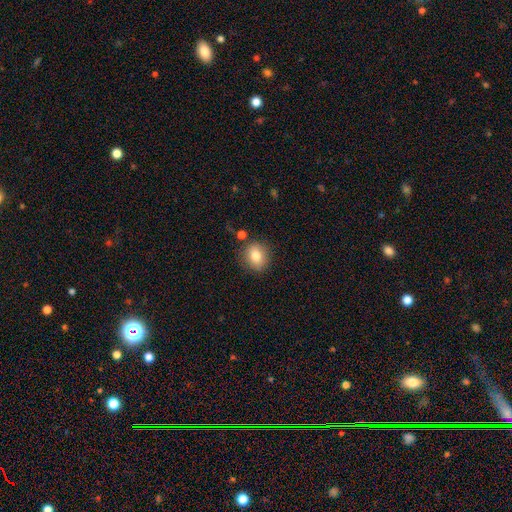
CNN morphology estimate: The model was most divided on "how rounded": round: 69%, in between: 30%, cigar-shaped: 1%. More confident: merging — none (81%); smooth or featured — smooth (80%).